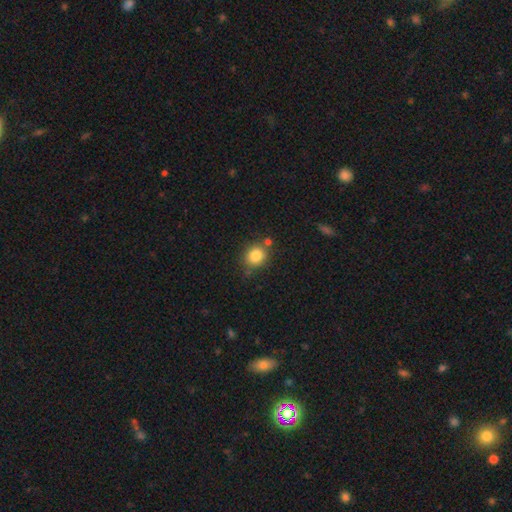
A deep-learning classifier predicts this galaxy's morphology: Smooth or featured? Predicted: smooth (p=0.83). How rounded? Predicted: round (p=0.77). Merging? Predicted: none (p=0.73).